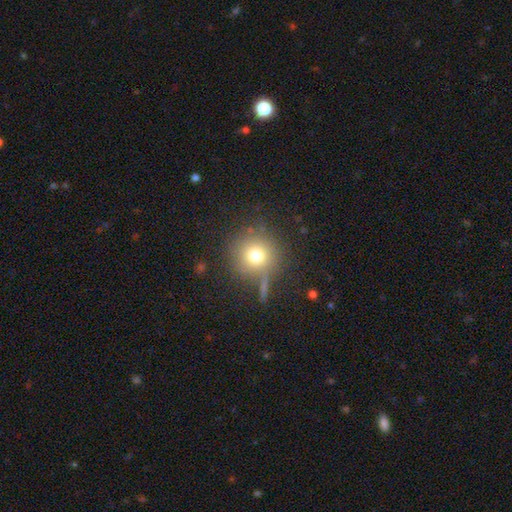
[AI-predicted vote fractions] A smooth galaxy with no disk features (74%) that is round (94%). Merging: none (77%).